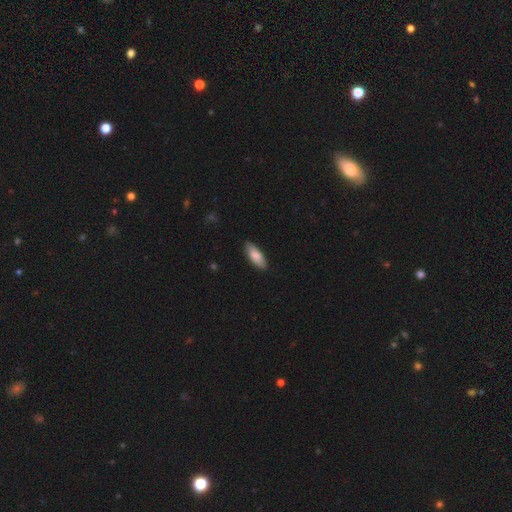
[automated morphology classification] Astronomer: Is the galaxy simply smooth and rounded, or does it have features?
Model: smooth — 83%.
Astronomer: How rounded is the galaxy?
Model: in between — 71%.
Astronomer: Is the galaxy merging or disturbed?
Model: none — 82%.